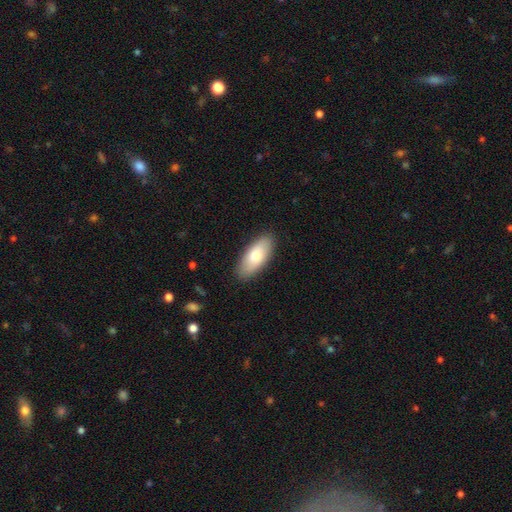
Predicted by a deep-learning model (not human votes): This appears to be a smooth galaxy with no disk features (78%) that is in between round and cigar-shaped (84%). Merging: none (88%).